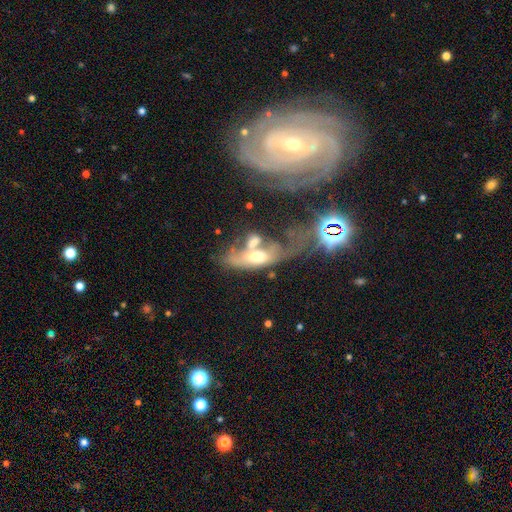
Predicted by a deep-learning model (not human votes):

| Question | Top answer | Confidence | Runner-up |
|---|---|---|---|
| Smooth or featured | featured or disk | 55% | smooth (33%) |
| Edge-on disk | no | 81% | yes (19%) |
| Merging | merger | 54% | major disturbance (22%) |